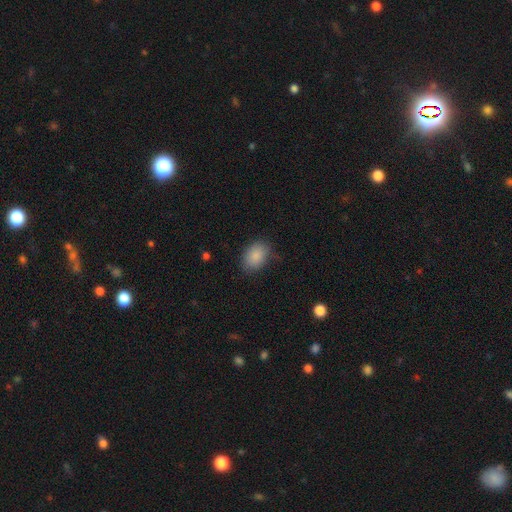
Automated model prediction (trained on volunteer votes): Smooth or featured: smooth — 88% (star or artifact — 8%)
How rounded: in between — 81% (round — 18%)
Merging: none — 78% (minor disturbance — 17%)